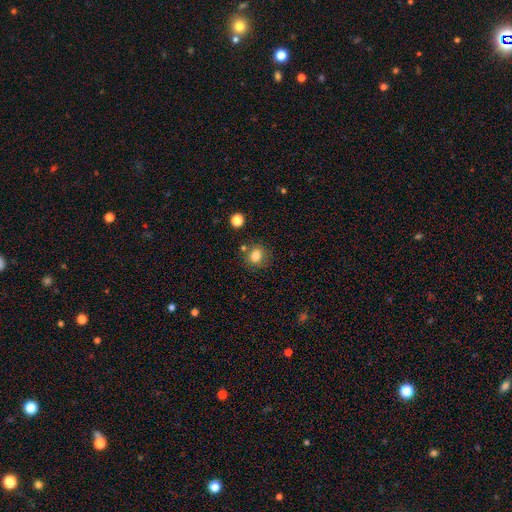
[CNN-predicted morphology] Smooth or featured? smooth (82%)
How rounded? round (59%)
Merging? none (76%)